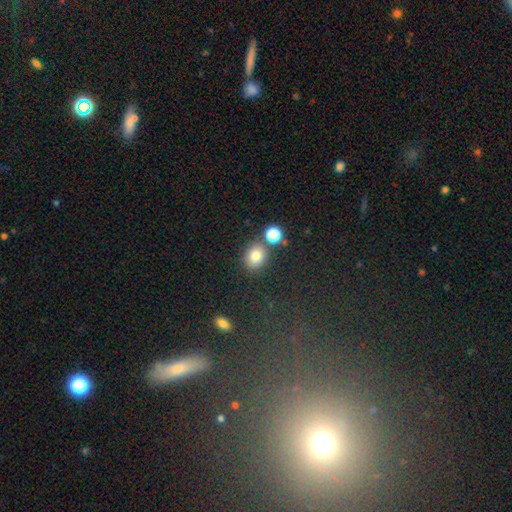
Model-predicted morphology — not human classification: Smooth or featured?
  - smooth: 80% *
  - star or artifact: 13%
  - featured or disk: 7%
How rounded?
  - round: 64% *
  - in between: 35%
  - cigar-shaped: 1%
Merging?
  - none: 74% *
  - merger: 13%
  - minor disturbance: 10%
  - major disturbance: 3%